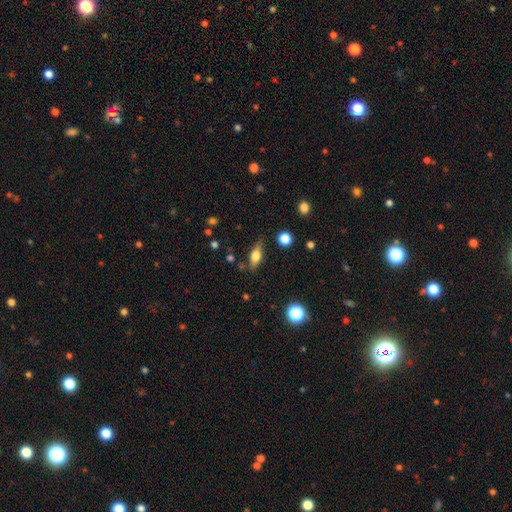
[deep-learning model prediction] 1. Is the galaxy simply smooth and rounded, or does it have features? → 61% smooth, 30% featured or disk, 9% star or artifact.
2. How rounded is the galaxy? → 70% in between, 23% cigar-shaped, 7% round.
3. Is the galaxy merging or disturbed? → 74% none, 18% minor disturbance, 5% major disturbance, 3% merger.